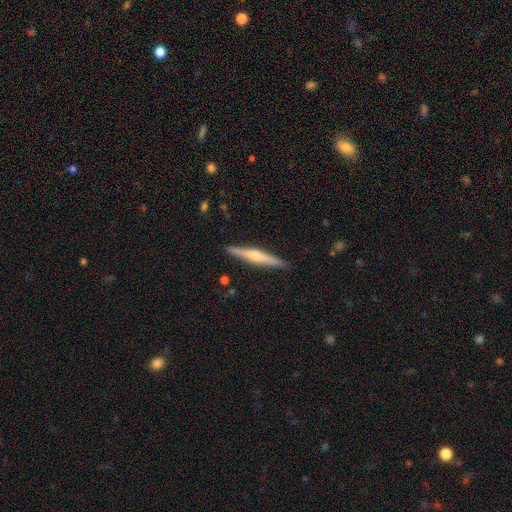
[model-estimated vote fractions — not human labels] This appears to be a featured or disk galaxy (60%) viewed edge-on (98%) with a rounded central bulge (78%). Merging: none (90%).